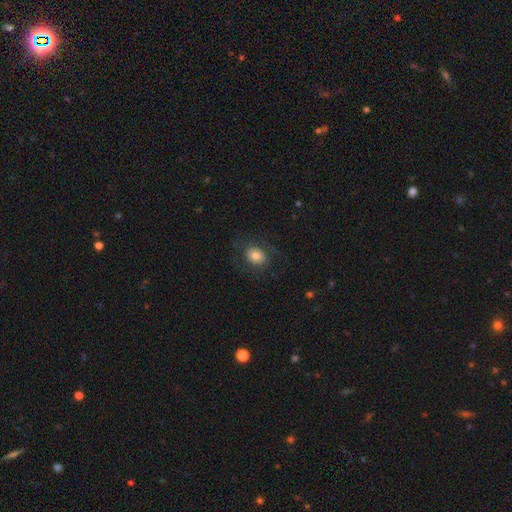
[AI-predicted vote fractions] Q: Smooth or featured?
A: smooth (72%); runner-up: featured or disk (18%)
Q: How rounded?
A: in between (50%); runner-up: round (49%)
Q: Merging?
A: none (76%); runner-up: minor disturbance (13%)